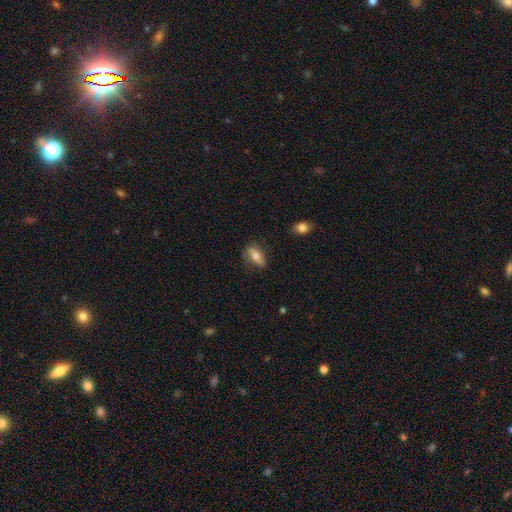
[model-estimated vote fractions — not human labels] Smooth or featured? Predicted: smooth (p=0.62). How rounded? Predicted: in between (p=0.79). Merging? Predicted: none (p=0.71).